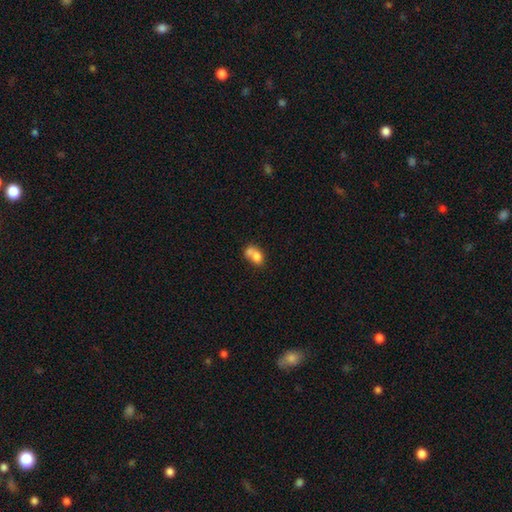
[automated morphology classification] Smooth or featured: smooth — 72% (featured or disk — 19%)
How rounded: in between — 64% (round — 35%)
Merging: merger — 63% (none — 23%)